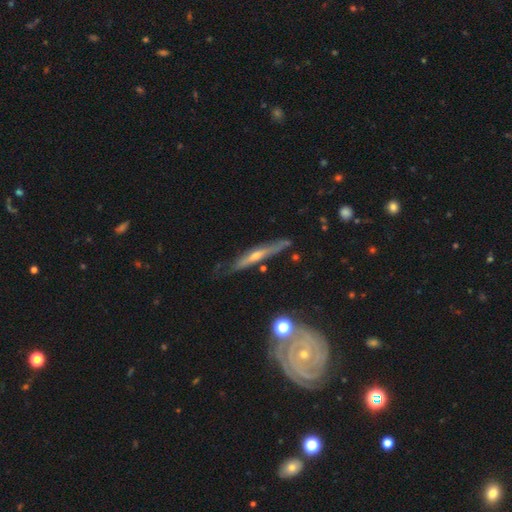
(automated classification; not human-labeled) Overall: featured or disk (67%). Edge-on disk: yes (90%). Edge-on bulge: rounded (67%; none 28%). Merging: none (73%).